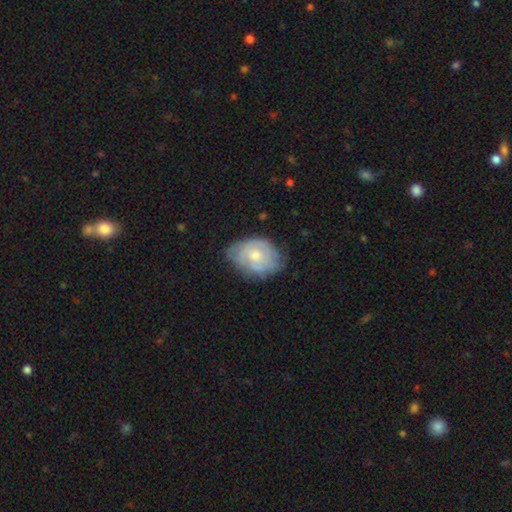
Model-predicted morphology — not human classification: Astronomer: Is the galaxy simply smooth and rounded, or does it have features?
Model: featured or disk — 52% (runner-up: smooth, 41%).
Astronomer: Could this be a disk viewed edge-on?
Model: no — 96%.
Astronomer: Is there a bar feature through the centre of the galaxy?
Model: no — 81%.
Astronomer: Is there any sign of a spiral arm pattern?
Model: yes — 65%.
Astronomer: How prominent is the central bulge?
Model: moderate — 56% (runner-up: small, 36%).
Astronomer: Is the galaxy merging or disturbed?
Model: none — 59%.